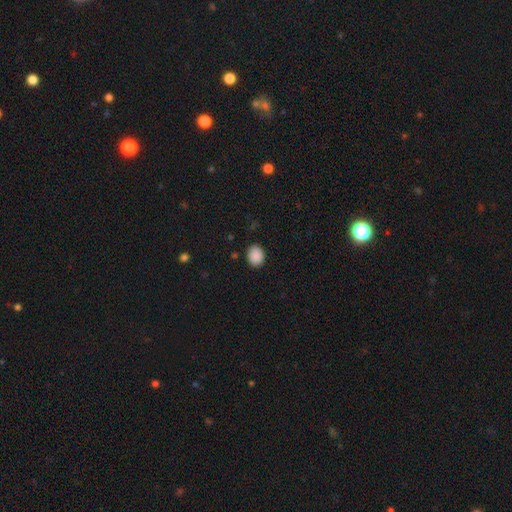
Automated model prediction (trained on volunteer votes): The model was most divided on "how rounded": in between: 51%, round: 48%, cigar-shaped: 1%. More confident: smooth or featured — smooth (89%); merging — none (88%).